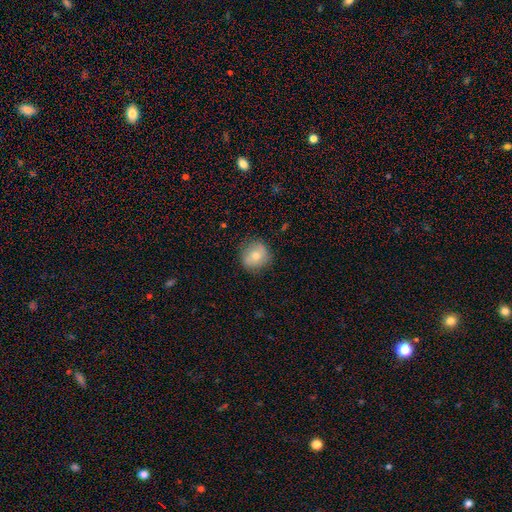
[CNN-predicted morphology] This is likely a smooth galaxy (71%). How rounded: clearly round (85%). Merging: clearly none (82%).